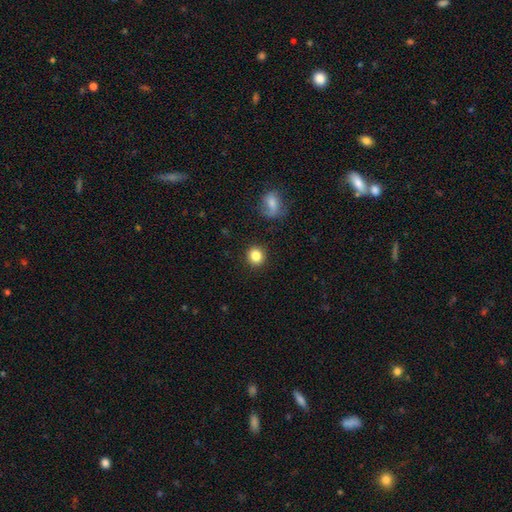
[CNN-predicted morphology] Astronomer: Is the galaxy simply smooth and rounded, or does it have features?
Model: smooth — 85%.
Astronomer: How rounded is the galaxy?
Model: round — 86%.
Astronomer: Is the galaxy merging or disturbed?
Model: none — 89%.